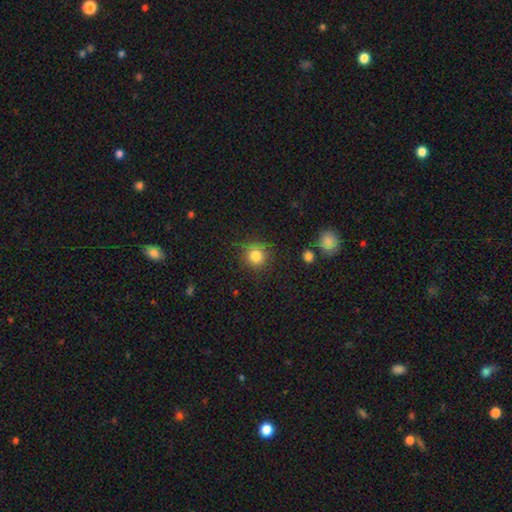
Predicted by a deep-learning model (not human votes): Smooth or featured?
  - smooth: 82% *
  - star or artifact: 12%
  - featured or disk: 6%
How rounded?
  - round: 91% *
  - in between: 8%
  - cigar-shaped: 1%
Merging?
  - none: 82% *
  - minor disturbance: 12%
  - major disturbance: 4%
  - merger: 2%